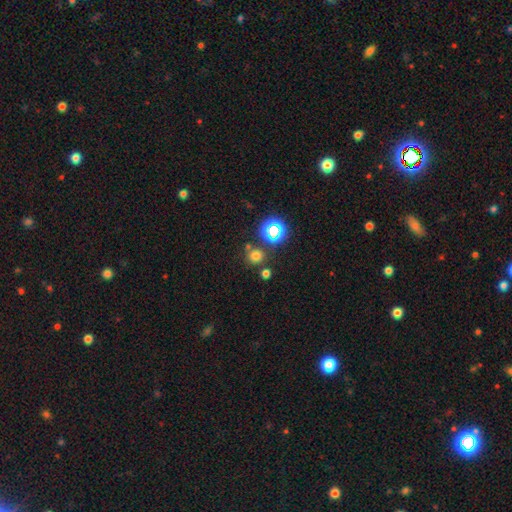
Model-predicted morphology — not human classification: type=smooth (68%); roundness=round (90%); merging=none (78%).